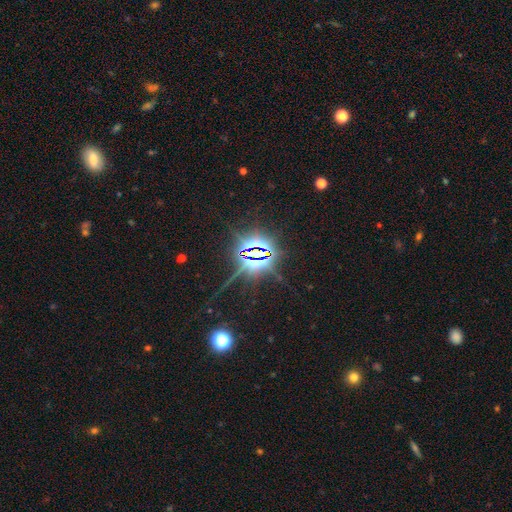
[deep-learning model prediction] A star or artifact, not a galaxy (84%).